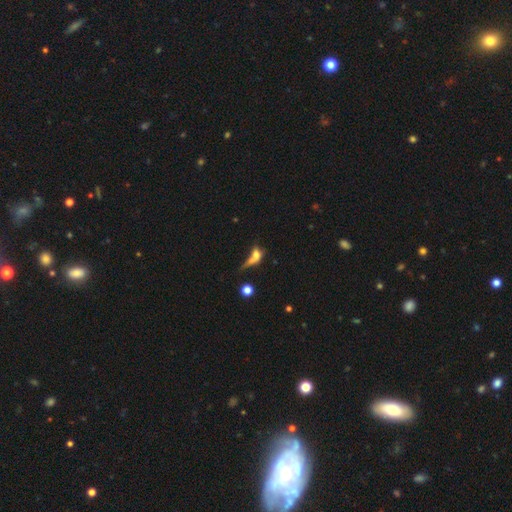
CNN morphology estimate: Smooth or featured? smooth (59%)
How rounded? in between (56%)
Merging? major disturbance (35%)